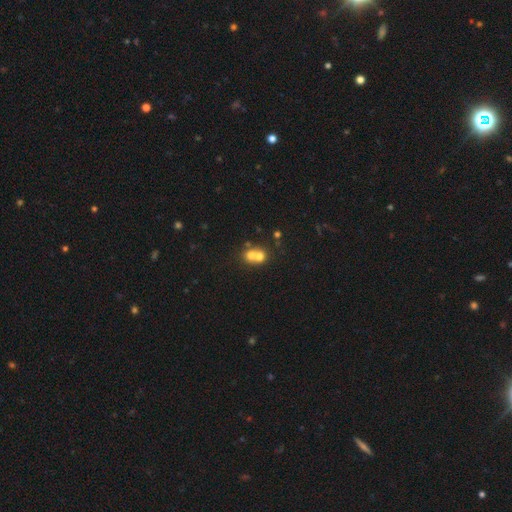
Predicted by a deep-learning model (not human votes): Smooth or featured: smooth — 66% (featured or disk — 22%)
How rounded: round — 70% (in between — 28%)
Merging: merger — 66% (none — 26%)